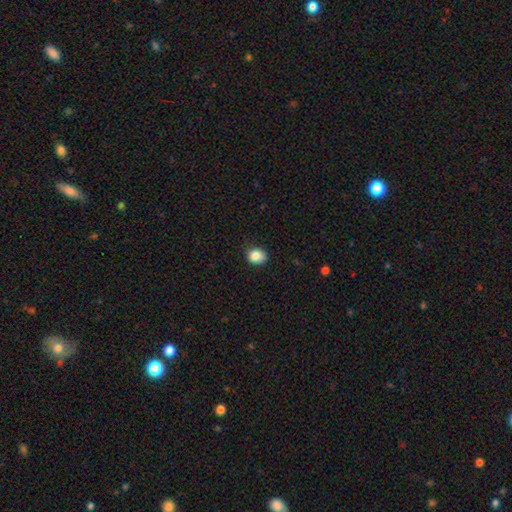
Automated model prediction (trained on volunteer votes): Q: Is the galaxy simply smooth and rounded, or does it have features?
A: smooth — 86%.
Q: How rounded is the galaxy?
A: round — 64%.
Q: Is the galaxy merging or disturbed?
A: none — 69%.